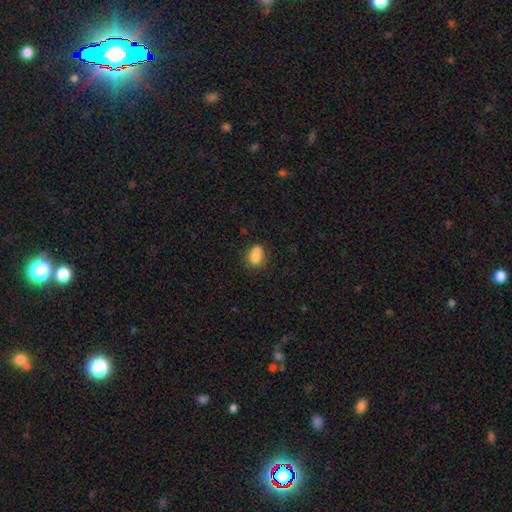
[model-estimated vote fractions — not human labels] Smooth or featured? smooth (74%)
How rounded? round (62%)
Merging? merger (49%)